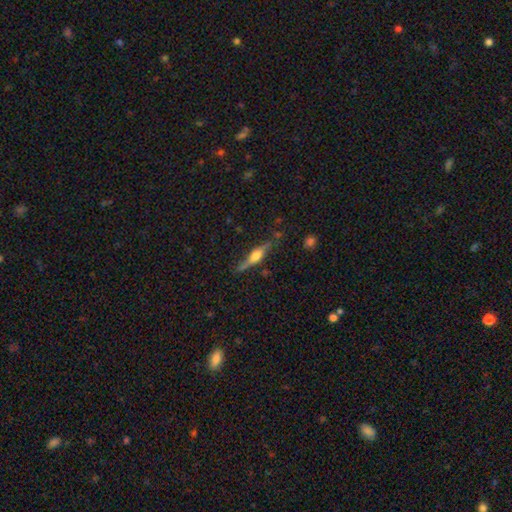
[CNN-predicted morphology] Smooth or featured? Predicted: featured or disk (p=0.70). Edge-on disk? Predicted: yes (p=0.96). Edge-on bulge? Predicted: rounded (p=0.90). Merging? Predicted: none (p=0.79).